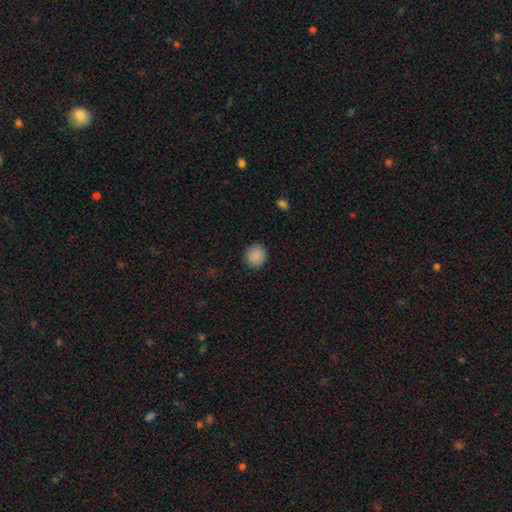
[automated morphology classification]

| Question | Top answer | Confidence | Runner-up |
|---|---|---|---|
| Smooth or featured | smooth | 89% | star or artifact (8%) |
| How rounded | round | 91% | in between (8%) |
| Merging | none | 91% | minor disturbance (6%) |